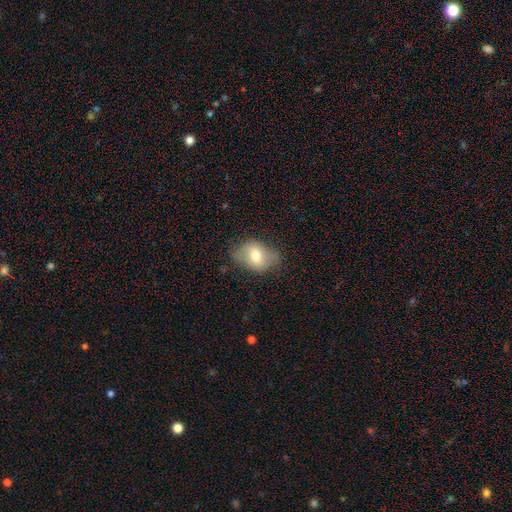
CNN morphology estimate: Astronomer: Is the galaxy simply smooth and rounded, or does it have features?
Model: smooth — 68%.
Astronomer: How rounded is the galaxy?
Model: in between — 77%.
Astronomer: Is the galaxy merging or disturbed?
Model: none — 66%.